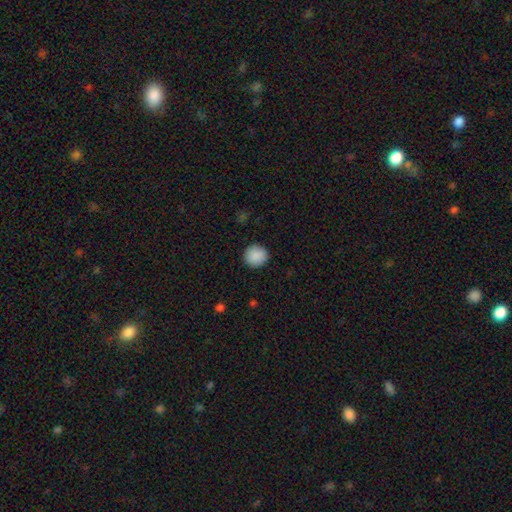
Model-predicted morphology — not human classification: Smooth or featured? Predicted: smooth (p=0.90). How rounded? Predicted: round (p=0.94). Merging? Predicted: none (p=0.92).